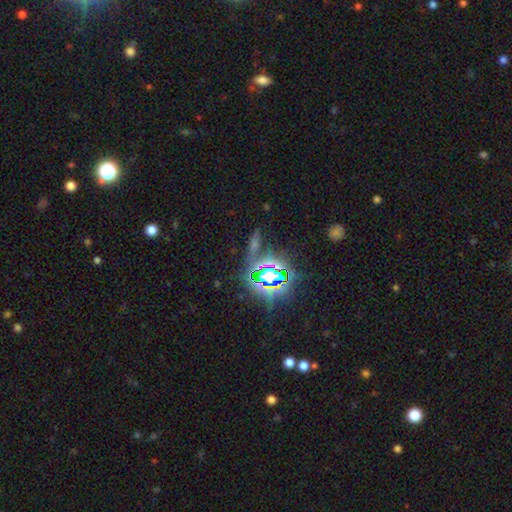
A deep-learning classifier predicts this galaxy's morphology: Smooth or featured? star or artifact (83%)